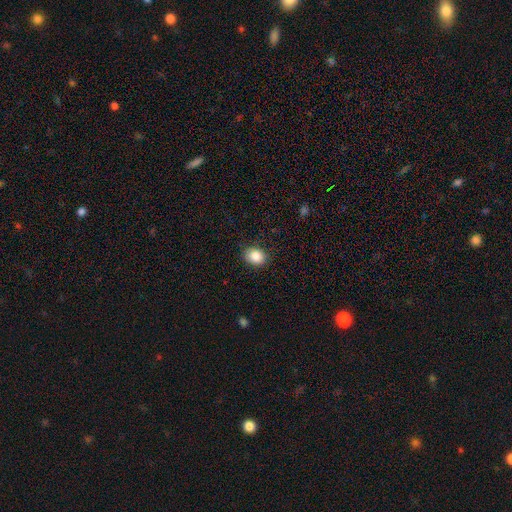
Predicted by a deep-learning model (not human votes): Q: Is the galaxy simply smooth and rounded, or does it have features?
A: smooth — 86%.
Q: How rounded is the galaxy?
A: in between — 54%.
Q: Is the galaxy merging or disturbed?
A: none — 85%.